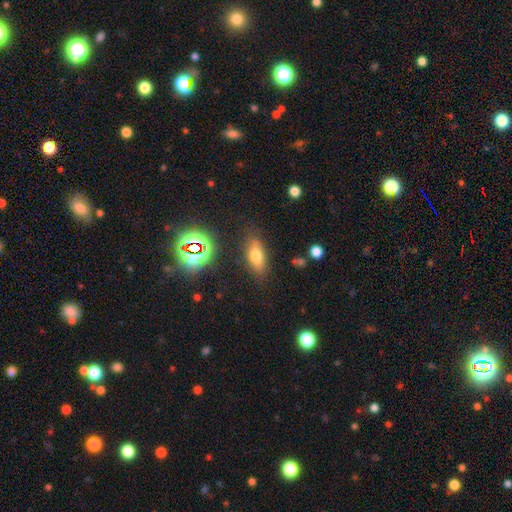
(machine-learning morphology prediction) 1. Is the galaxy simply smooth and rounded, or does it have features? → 68% smooth, 18% featured or disk, 14% star or artifact.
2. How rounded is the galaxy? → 75% in between, 19% cigar-shaped, 6% round.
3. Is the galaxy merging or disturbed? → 81% none, 13% minor disturbance, 4% major disturbance, 2% merger.